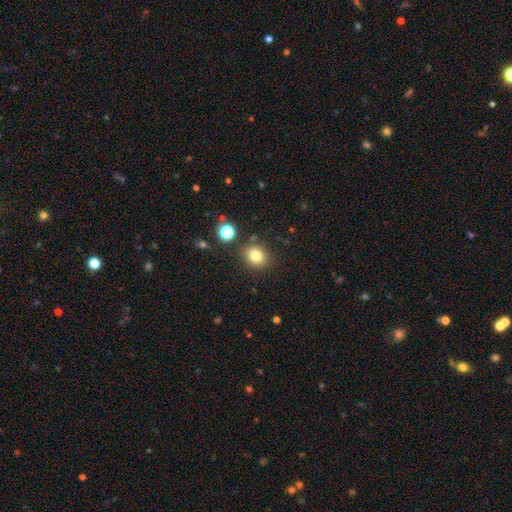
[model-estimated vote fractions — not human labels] Smooth or featured?
  - smooth: 80% *
  - star or artifact: 13%
  - featured or disk: 7%
How rounded?
  - round: 68% *
  - in between: 31%
  - cigar-shaped: 1%
Merging?
  - none: 82% *
  - minor disturbance: 10%
  - merger: 5%
  - major disturbance: 3%